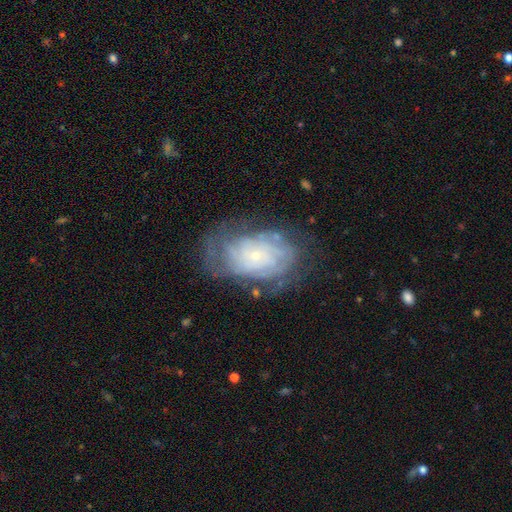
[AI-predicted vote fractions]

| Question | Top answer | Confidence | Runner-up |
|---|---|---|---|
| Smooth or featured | featured or disk | 74% | smooth (18%) |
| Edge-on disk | no | 96% | yes (4%) |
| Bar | no | 82% | weak (15%) |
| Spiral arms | yes | 84% | no (16%) |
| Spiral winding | tight | 68% | medium (23%) |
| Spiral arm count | can't tell | 54% | 4 (12%) |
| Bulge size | small | 83% | moderate (11%) |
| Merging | none | 62% | minor disturbance (22%) |